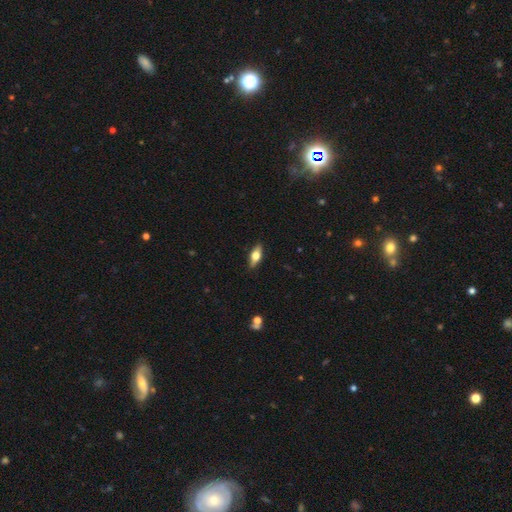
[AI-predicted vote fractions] Smooth or featured? smooth (53%)
How rounded? in between (72%)
Merging? none (87%)